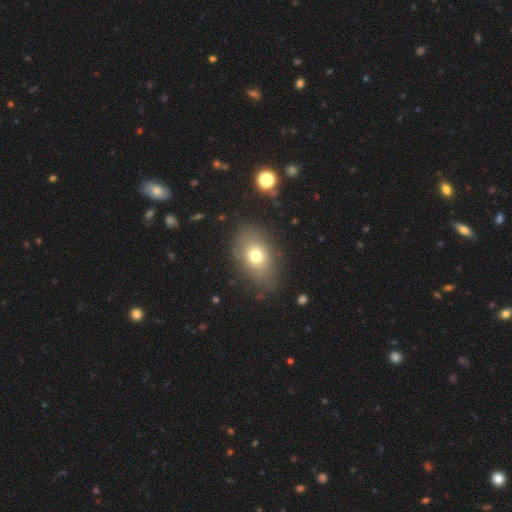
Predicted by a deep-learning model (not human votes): This appears to be a smooth galaxy with no disk features (71%) that is in between round and cigar-shaped (76%). Merging: none (73%).